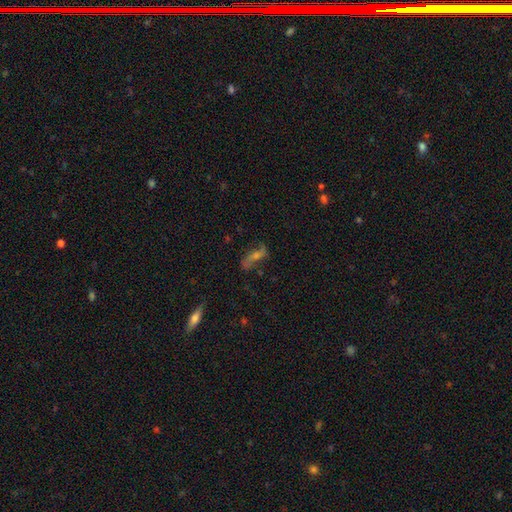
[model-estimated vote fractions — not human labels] smooth_or_featured: featured or disk (p=0.62) [alt: smooth p=0.21]
disk_edge_on: no (p=0.78) [alt: yes p=0.22]
merging: none (p=0.68) [alt: minor disturbance p=0.17]